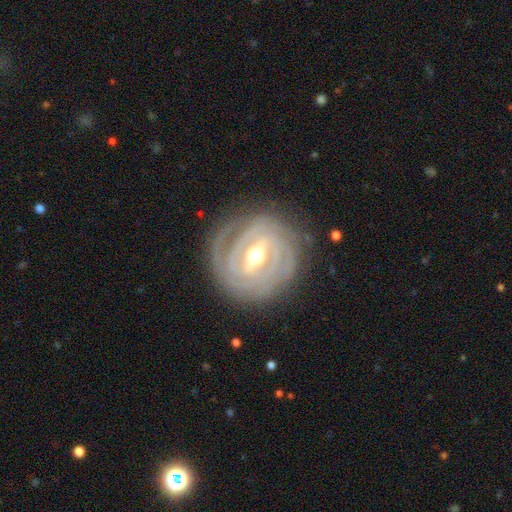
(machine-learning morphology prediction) featured or disk 89%, smooth 7%, star or artifact 4%. Down the decision tree: edge-on disk — no (94%); bar — strong (61%); spiral arms — yes (92%); spiral arm count — 2 (30%); spiral winding — tight (81%); bulge size — moderate (71%); merging — none (81%).